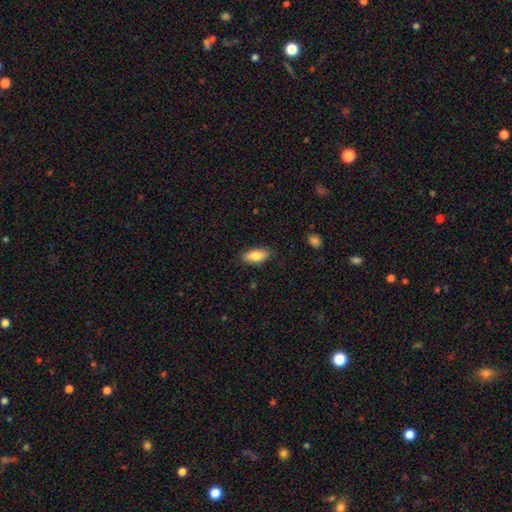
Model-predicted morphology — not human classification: This is clearly a smooth galaxy (83%). How rounded: clearly in between (85%). Merging: clearly none (85%).